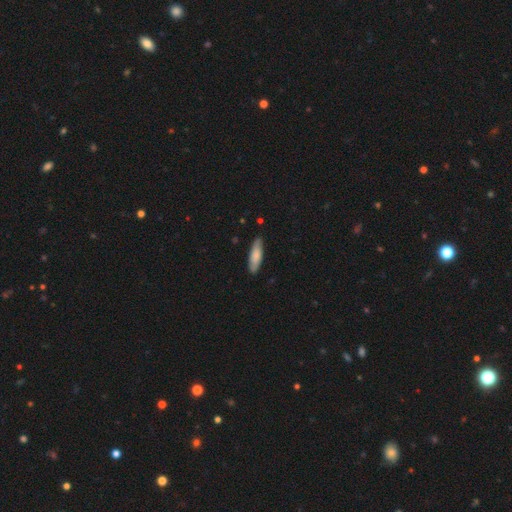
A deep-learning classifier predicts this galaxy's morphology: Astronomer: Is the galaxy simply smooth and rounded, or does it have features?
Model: smooth — 73%.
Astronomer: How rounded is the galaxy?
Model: cigar-shaped — 56% (runner-up: in between, 43%).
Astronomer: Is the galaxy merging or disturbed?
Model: none — 84%.